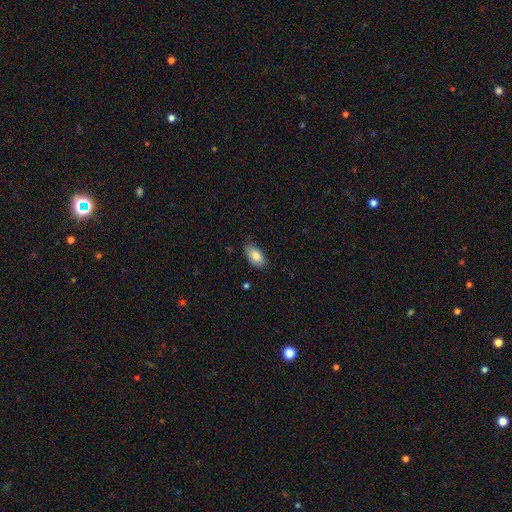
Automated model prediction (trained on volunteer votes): Smooth or featured? smooth (84%)
How rounded? in between (93%)
Merging? none (75%)